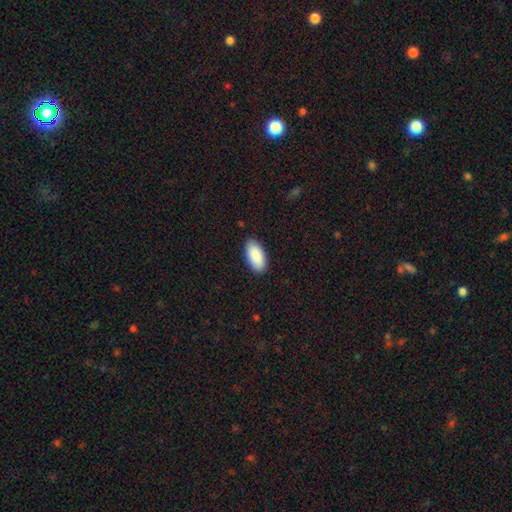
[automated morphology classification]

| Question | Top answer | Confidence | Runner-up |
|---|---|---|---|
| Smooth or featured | smooth | 90% | star or artifact (6%) |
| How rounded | in between | 95% | cigar-shaped (4%) |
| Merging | none | 88% | minor disturbance (9%) |